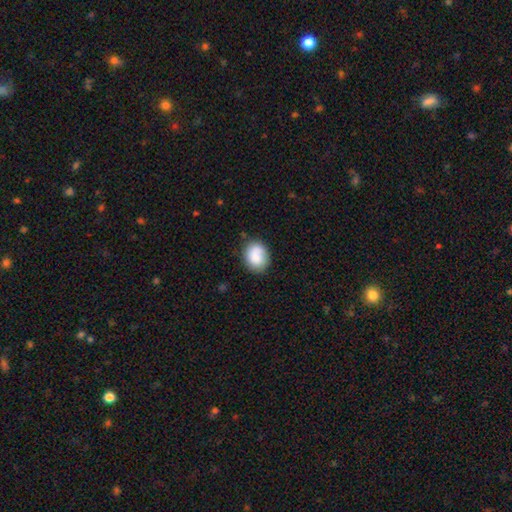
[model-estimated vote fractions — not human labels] A smooth galaxy with no disk features (83%) that is round (52%).

Vote fractions:
- Smooth or featured? smooth: 83% / featured or disk: 11% / star or artifact: 7%
- How rounded? round: 52% / in between: 47% / cigar-shaped: 1%
- Merging? none: 76% / minor disturbance: 16% / major disturbance: 5% / merger: 3%